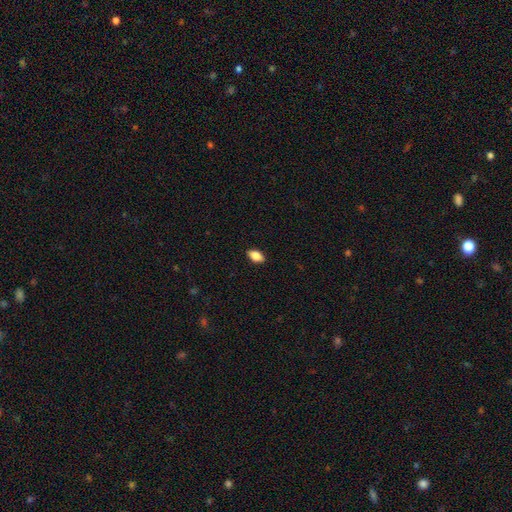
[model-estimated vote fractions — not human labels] smooth_or_featured: smooth (p=0.83) [alt: featured or disk p=0.10]
how_rounded: in between (p=0.90) [alt: round p=0.06]
merging: none (p=0.88) [alt: minor disturbance p=0.09]